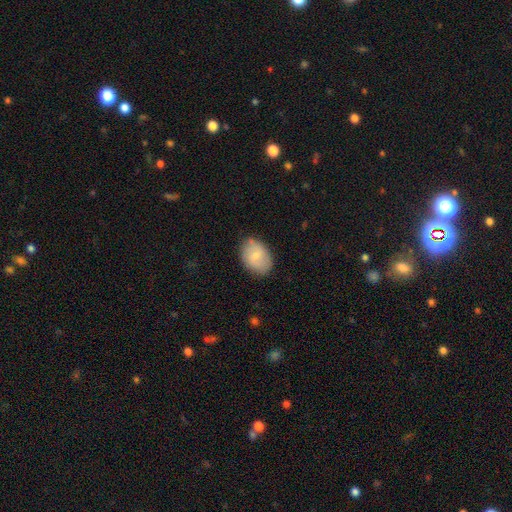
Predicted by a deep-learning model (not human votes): smooth_or_featured: smooth (p=0.73) [alt: featured or disk p=0.21]
how_rounded: in between (p=0.80) [alt: round p=0.19]
merging: none (p=0.79) [alt: minor disturbance p=0.16]